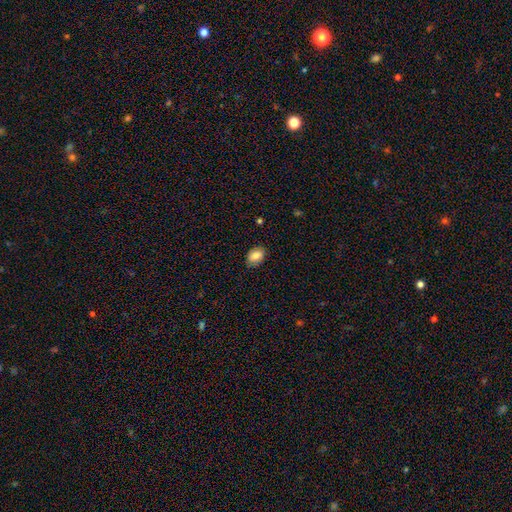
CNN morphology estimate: This appears to be a smooth galaxy with no disk features (84%) that is in between round and cigar-shaped (82%). Merging: none (83%).